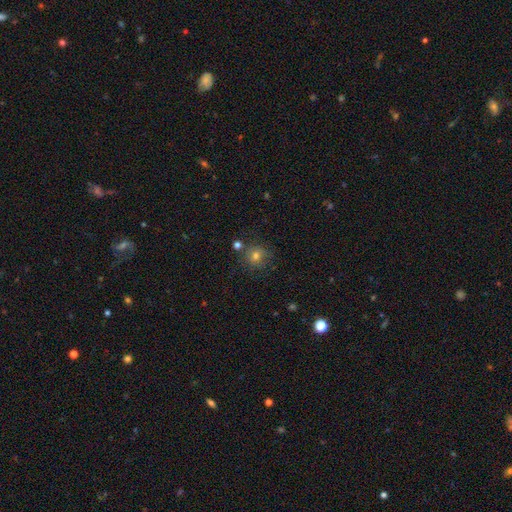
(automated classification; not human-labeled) This appears to be a smooth galaxy with no disk features (73%) that is round (87%). Merging: none (75%).